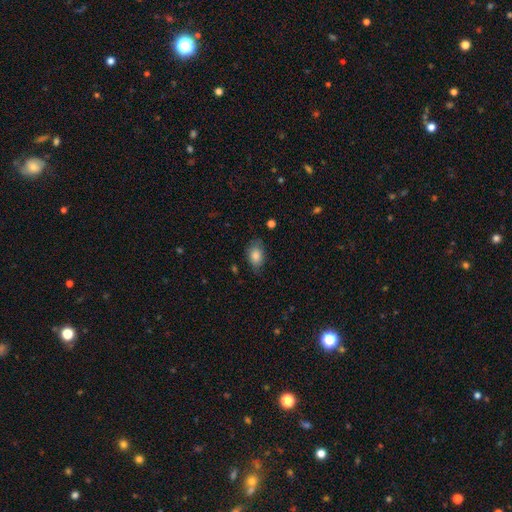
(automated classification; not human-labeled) This is clearly a smooth galaxy (83%). How rounded: clearly in between (83%). Merging: likely none (71%).